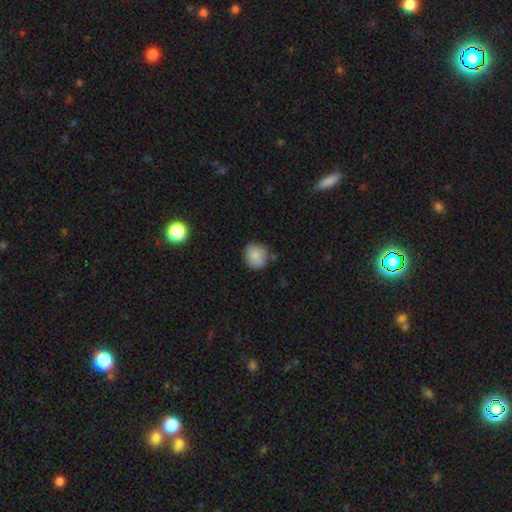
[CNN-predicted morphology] This appears to be a smooth galaxy with no disk features (85%) that is round (87%). Merging: none (76%).